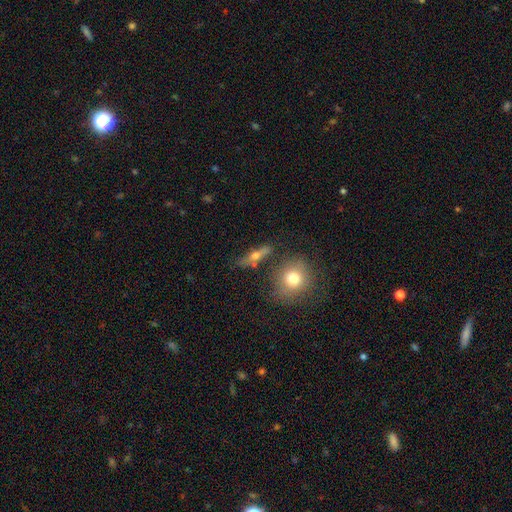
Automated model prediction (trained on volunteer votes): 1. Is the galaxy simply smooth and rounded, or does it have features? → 47% smooth, 41% featured or disk, 12% star or artifact.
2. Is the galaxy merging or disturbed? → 71% none, 14% minor disturbance, 10% merger, 5% major disturbance.